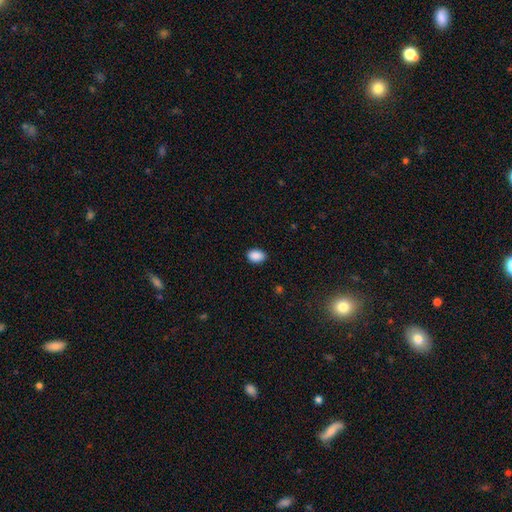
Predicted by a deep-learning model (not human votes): Overall: smooth (89%). How rounded: in between (79%). Merging: none (86%).